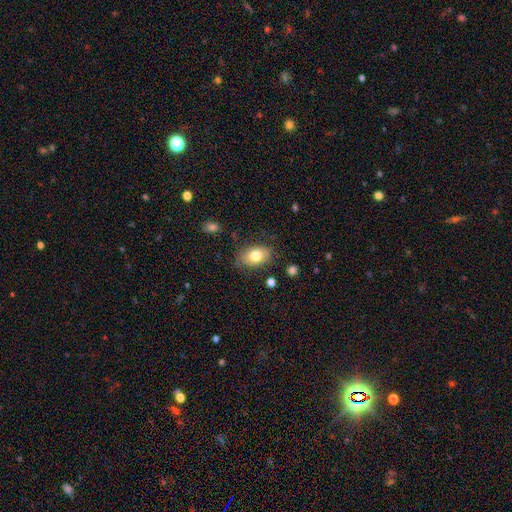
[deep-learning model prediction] smooth_or_featured: smooth (p=0.78) [alt: featured or disk p=0.14]
how_rounded: in between (p=0.86) [alt: round p=0.12]
merging: none (p=0.78) [alt: minor disturbance p=0.16]